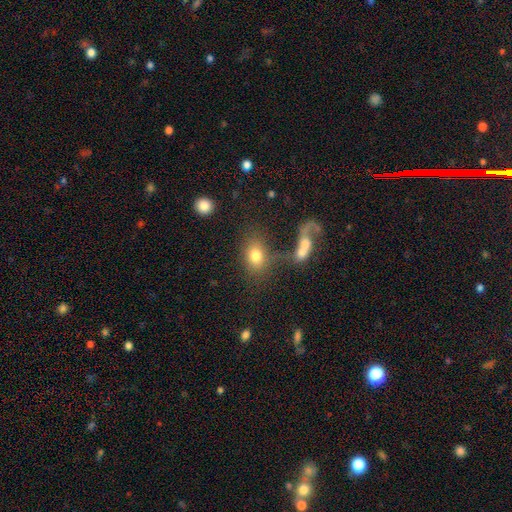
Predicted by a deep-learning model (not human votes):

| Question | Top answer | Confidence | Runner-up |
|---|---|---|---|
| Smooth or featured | smooth | 76% | featured or disk (13%) |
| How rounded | in between | 69% | round (29%) |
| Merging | none | 51% | merger (26%) |